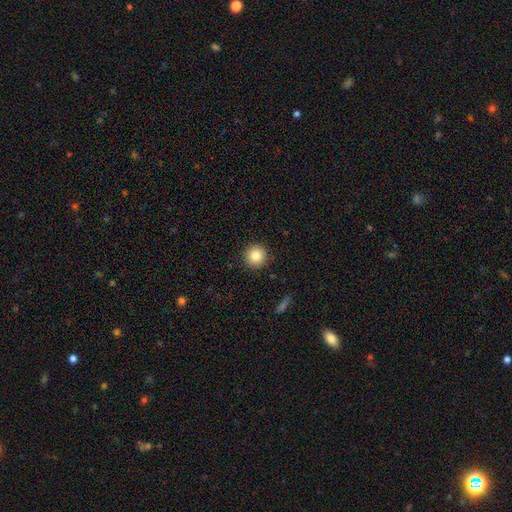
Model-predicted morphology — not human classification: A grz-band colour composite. It shows a smooth galaxy with no disk features (82%) that is round (95%). Merging: none (92%).